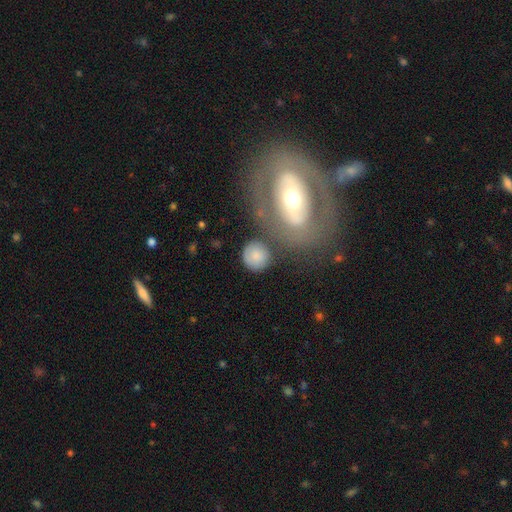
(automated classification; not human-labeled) A smooth galaxy with no disk features (79%) that is round (89%). Merging: none (68%).